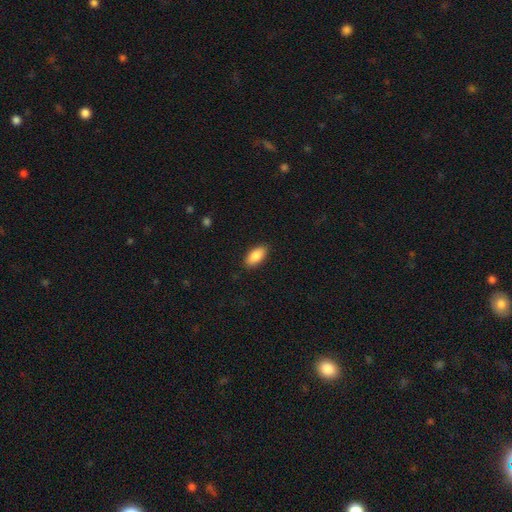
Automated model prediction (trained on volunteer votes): Smooth or featured?
  - smooth: 87% *
  - star or artifact: 6%
  - featured or disk: 6%
How rounded?
  - in between: 92% *
  - cigar-shaped: 6%
  - round: 2%
Merging?
  - none: 89% *
  - minor disturbance: 8%
  - major disturbance: 2%
  - merger: 1%